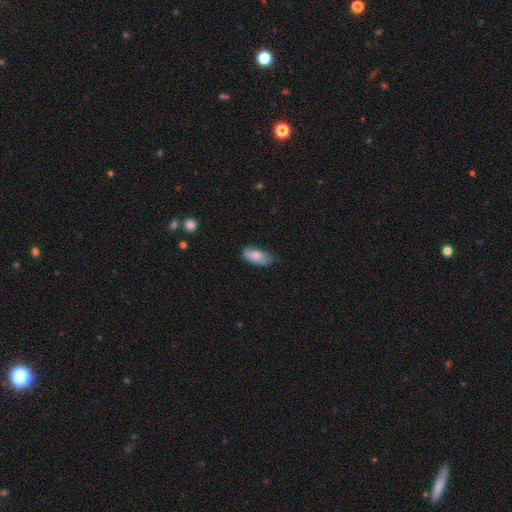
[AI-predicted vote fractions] This appears to be a smooth galaxy with no disk features (80%) that is in between round and cigar-shaped (89%). Merging: none (60%).